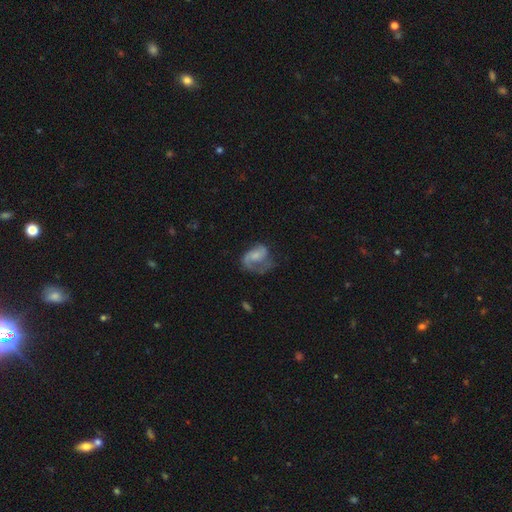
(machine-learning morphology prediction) Overall: featured or disk (61%; smooth 32%). Edge-on disk: no (97%). Bar: no (62%; weak 31%). Spiral arms: yes (85%). Spiral arm count: 2 (49%; 1 39%). Spiral winding: medium (41%; loose 40%). Bulge size: small (45%; moderate 24%). Merging: major disturbance (37%; none 36%).